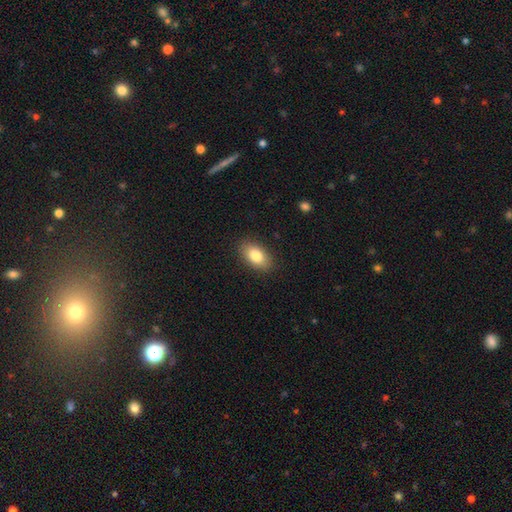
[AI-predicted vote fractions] Smooth or featured?
  - smooth: 84% *
  - featured or disk: 9%
  - star or artifact: 7%
How rounded?
  - in between: 92% *
  - round: 6%
  - cigar-shaped: 2%
Merging?
  - none: 87% *
  - minor disturbance: 9%
  - major disturbance: 2%
  - merger: 1%